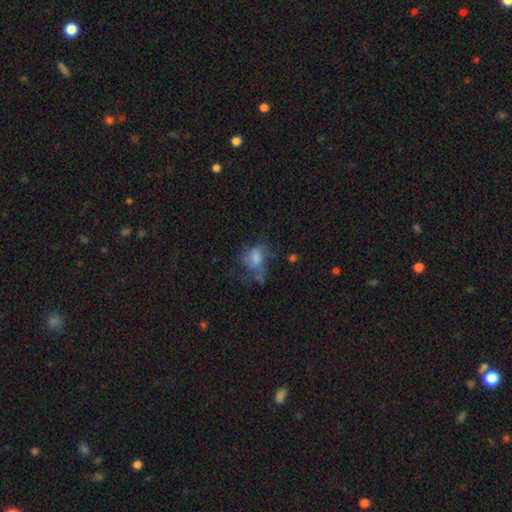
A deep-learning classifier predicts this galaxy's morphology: This appears to be a featured or disk galaxy (36%). Merging: none (46%).